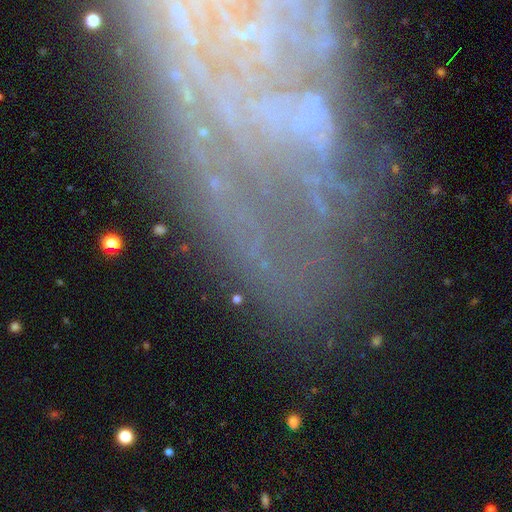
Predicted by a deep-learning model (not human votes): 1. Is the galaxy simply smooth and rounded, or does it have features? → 64% featured or disk, 21% star or artifact, 14% smooth.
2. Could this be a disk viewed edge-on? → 88% no, 12% yes.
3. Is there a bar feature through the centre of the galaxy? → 58% no, 24% weak, 19% strong.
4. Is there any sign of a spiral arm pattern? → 69% yes, 31% no.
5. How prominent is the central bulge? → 45% small, 27% moderate, 17% none, 7% large, 4% dominant.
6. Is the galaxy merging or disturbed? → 60% none, 18% minor disturbance, 15% major disturbance, 7% merger.